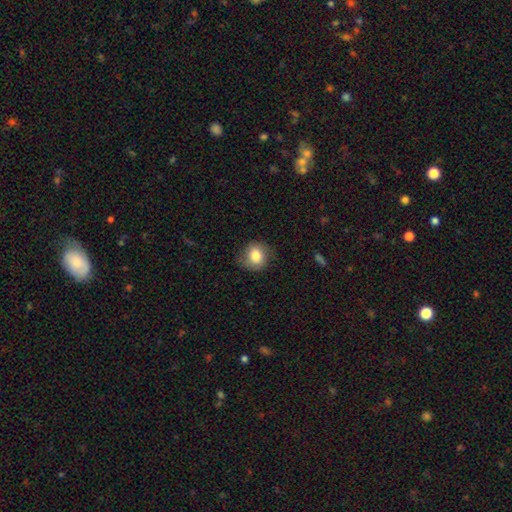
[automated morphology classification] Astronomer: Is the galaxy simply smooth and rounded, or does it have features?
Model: smooth — 80%.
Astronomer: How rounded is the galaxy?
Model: round — 73%.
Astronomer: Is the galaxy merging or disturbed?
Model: none — 75%.